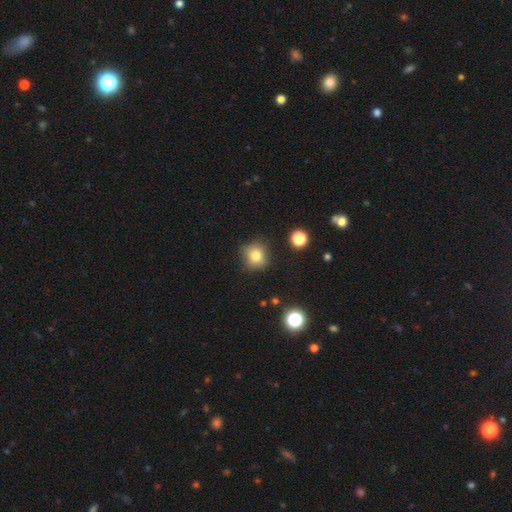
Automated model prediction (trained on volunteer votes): smooth_or_featured: smooth (p=0.78) [alt: star or artifact p=0.14]
how_rounded: round (p=0.88) [alt: in between p=0.11]
merging: none (p=0.81) [alt: minor disturbance p=0.13]